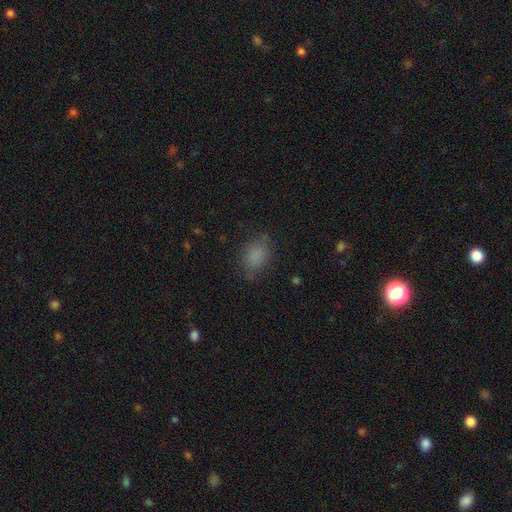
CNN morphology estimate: This appears to be a smooth galaxy with no disk features (83%) that is in between round and cigar-shaped (76%). Merging: none (76%).